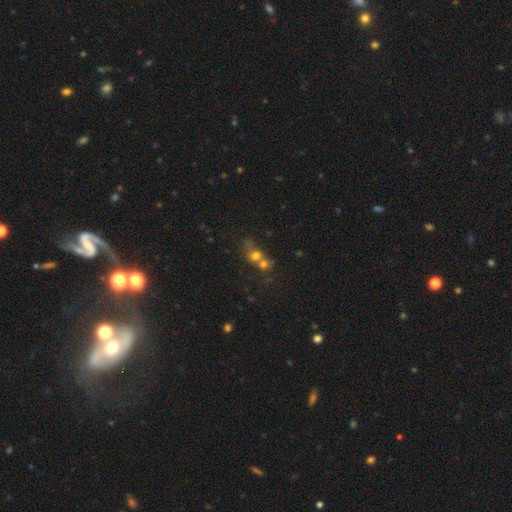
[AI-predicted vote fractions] The model was most divided on "merging": merger: 61%, none: 26%, minor disturbance: 7%, major disturbance: 6%. More confident: how rounded — round (70%); smooth or featured — smooth (65%).